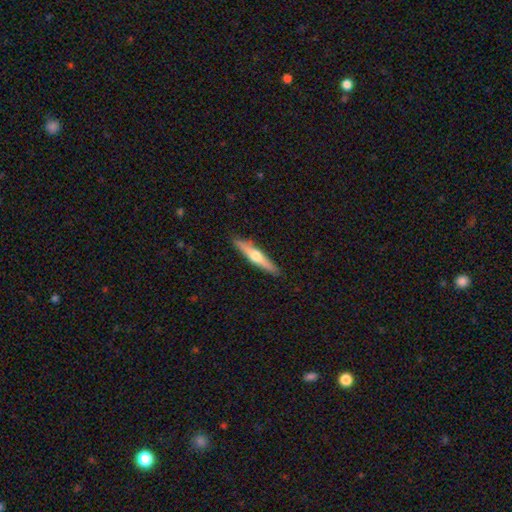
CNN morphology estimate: Smooth or featured? Predicted: featured or disk (p=0.56). Edge-on disk? Predicted: yes (p=0.95). Edge-on bulge? Predicted: rounded (p=0.91). Merging? Predicted: none (p=0.90).